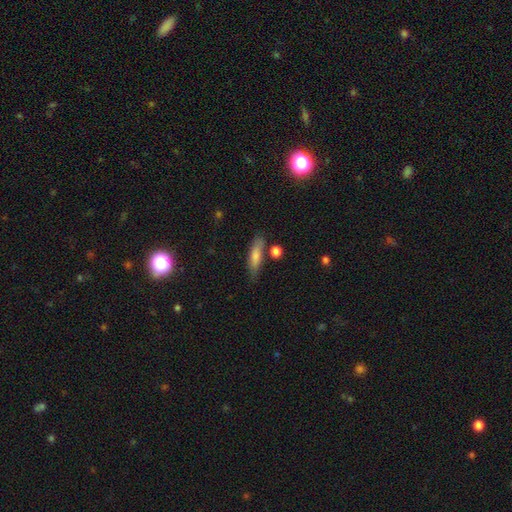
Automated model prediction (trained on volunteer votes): smooth 76%, featured or disk 17%, star or artifact 7%. Down the decision tree: how rounded — cigar-shaped (63%); merging — none (72%).